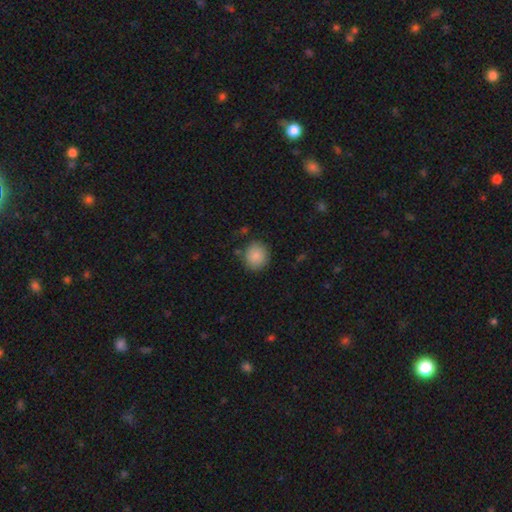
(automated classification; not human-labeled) Smooth or featured? Predicted: smooth (p=0.88). How rounded? Predicted: round (p=0.86). Merging? Predicted: none (p=0.83).